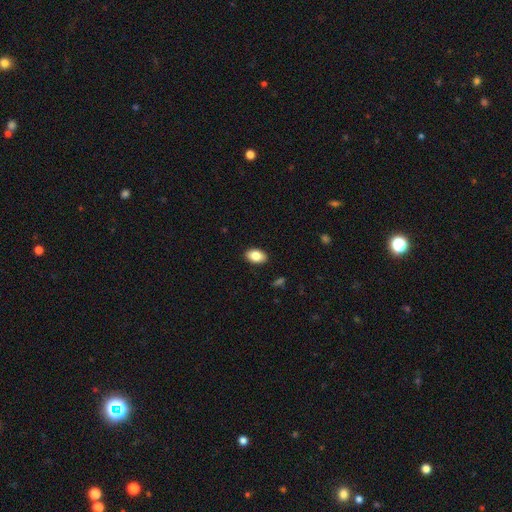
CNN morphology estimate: type=smooth (85%); roundness=in between (89%); merging=none (89%).